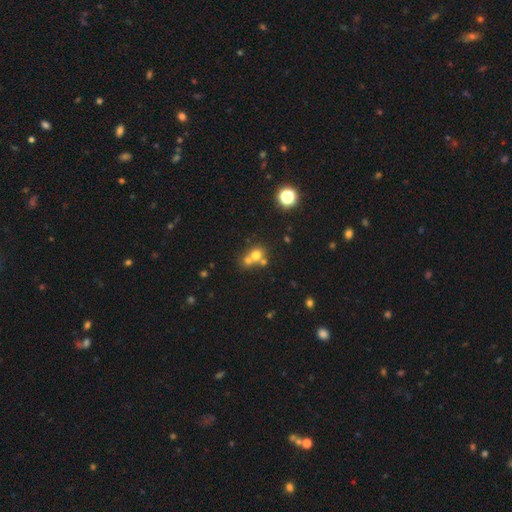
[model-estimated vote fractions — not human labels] The model was most divided on "merging": merger: 52%, none: 38%, minor disturbance: 7%, major disturbance: 3%. More confident: how rounded — round (78%); smooth or featured — smooth (65%).